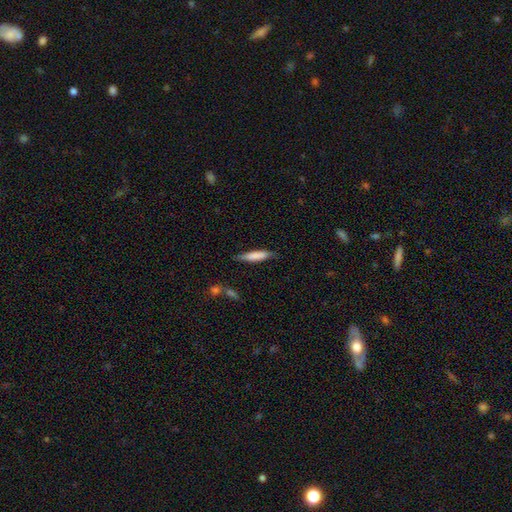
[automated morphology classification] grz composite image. It shows a smooth galaxy with no disk features (78%) that is cigar-shaped (80%). Merging: none (76%).